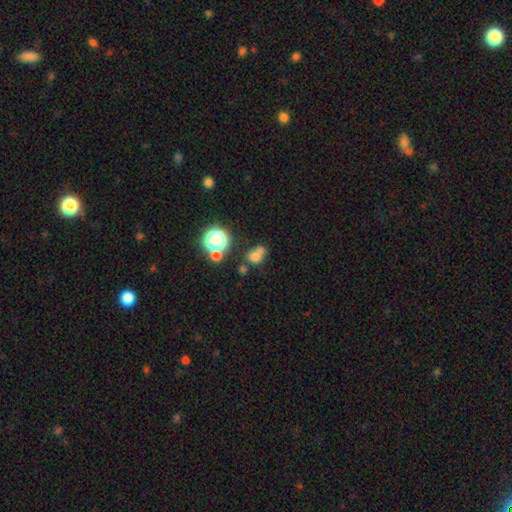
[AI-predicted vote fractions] This is likely a smooth galaxy (68%). How rounded: likely round (67%). Merging: marginally none (45%).